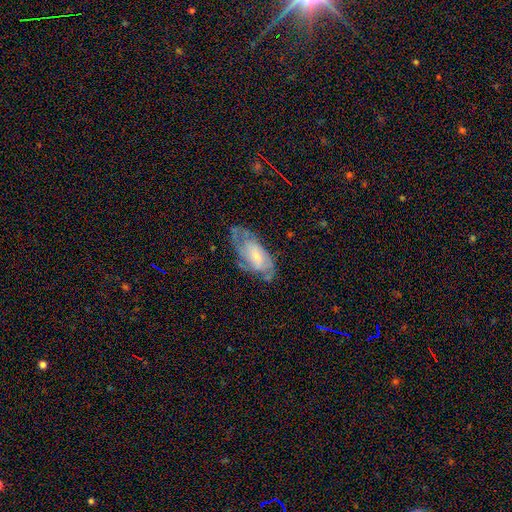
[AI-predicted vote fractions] Smooth or featured? featured or disk (62%)
Edge-on disk? no (92%)
Bar? no (55%)
Spiral arms? yes (79%)
Bulge size? small (51%)
Merging? none (49%)